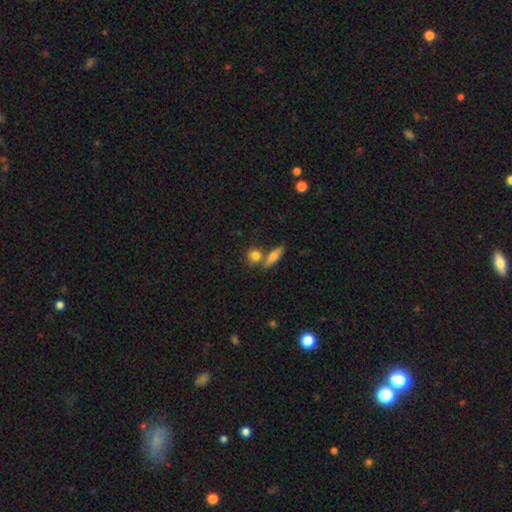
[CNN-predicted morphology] type=smooth (78%); roundness=round (60%); merging=none (54%).